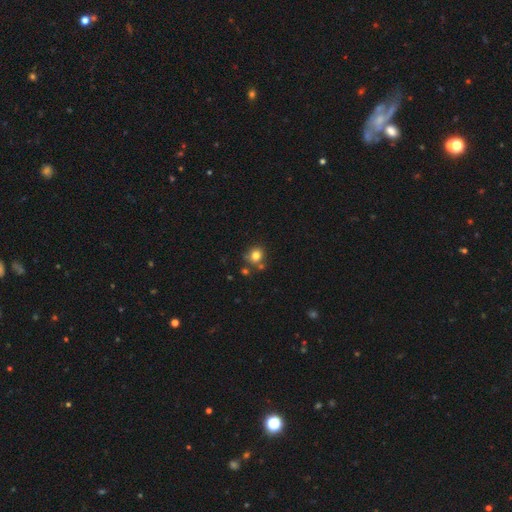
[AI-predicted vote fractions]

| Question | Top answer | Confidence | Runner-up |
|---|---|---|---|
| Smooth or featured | smooth | 79% | star or artifact (12%) |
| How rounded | round | 82% | in between (18%) |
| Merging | none | 69% | minor disturbance (14%) |